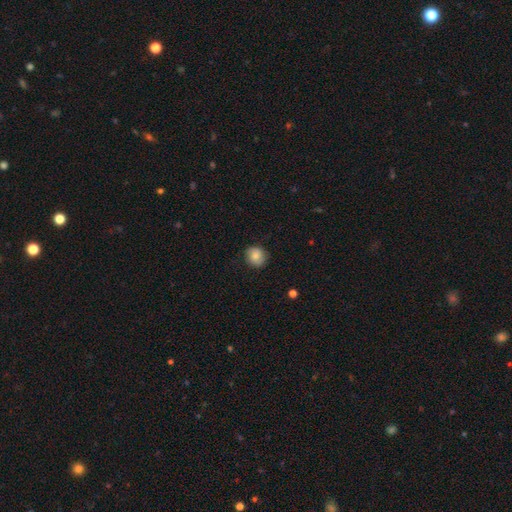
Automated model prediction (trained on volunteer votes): Smooth or featured? Predicted: smooth (p=0.79). How rounded? Predicted: round (p=0.80). Merging? Predicted: none (p=0.82).